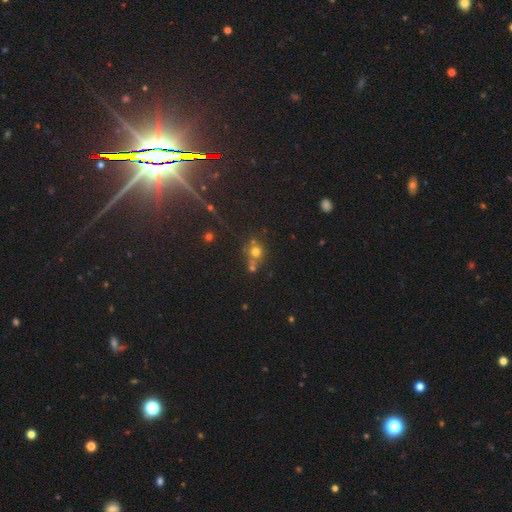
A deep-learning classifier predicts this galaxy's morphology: Q: Smooth or featured?
A: smooth (46%); runner-up: star or artifact (39%)
Q: Merging?
A: none (53%); runner-up: merger (31%)